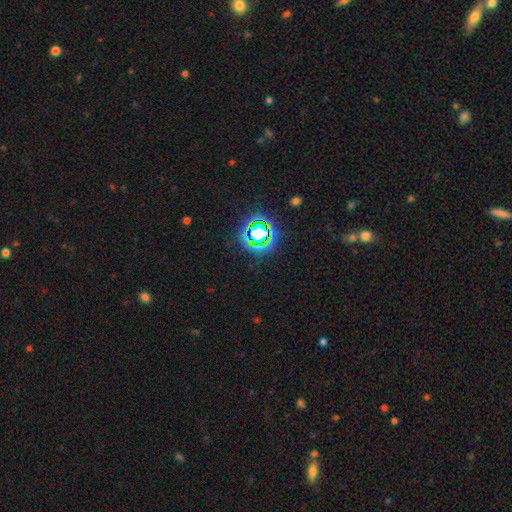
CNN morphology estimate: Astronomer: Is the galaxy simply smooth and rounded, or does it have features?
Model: star or artifact — 69%.